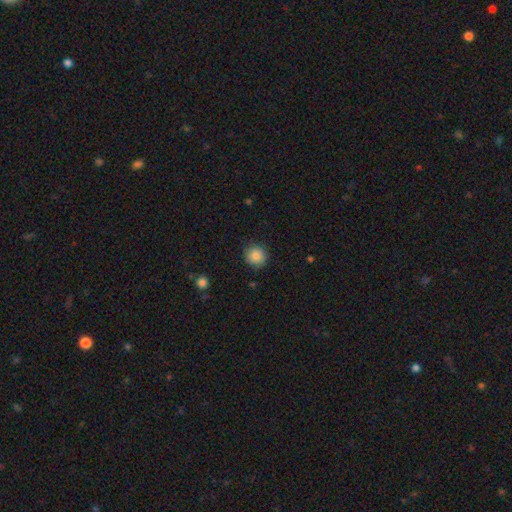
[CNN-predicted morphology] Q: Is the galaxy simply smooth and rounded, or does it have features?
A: smooth — 85%.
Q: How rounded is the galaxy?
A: round — 92%.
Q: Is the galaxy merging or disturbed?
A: none — 86%.